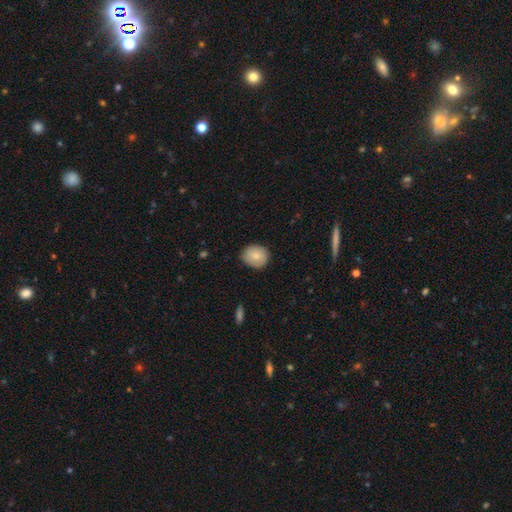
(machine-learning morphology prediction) The model was most divided on "how rounded": round: 74%, in between: 25%, cigar-shaped: 1%. More confident: merging — none (85%); smooth or featured — smooth (81%).